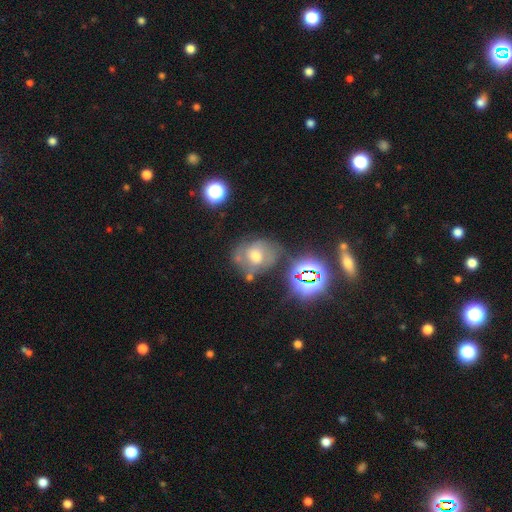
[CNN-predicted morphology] featured or disk 44%, smooth 33%, star or artifact 23%. Down the decision tree: merging — none (55%).